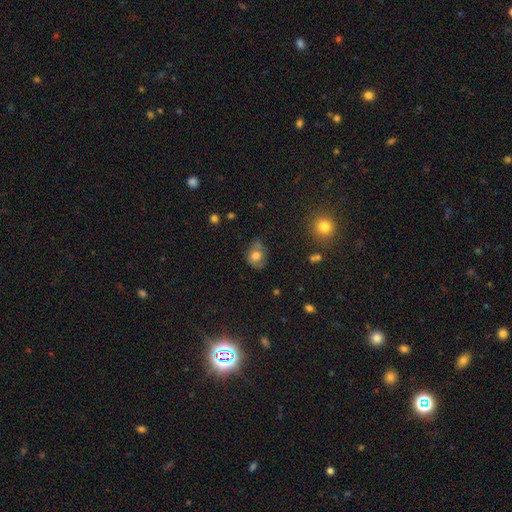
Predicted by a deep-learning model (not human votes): The model was most divided on "how rounded": round: 50%, in between: 48%, cigar-shaped: 1%. More confident: smooth or featured — smooth (69%); merging — none (59%).